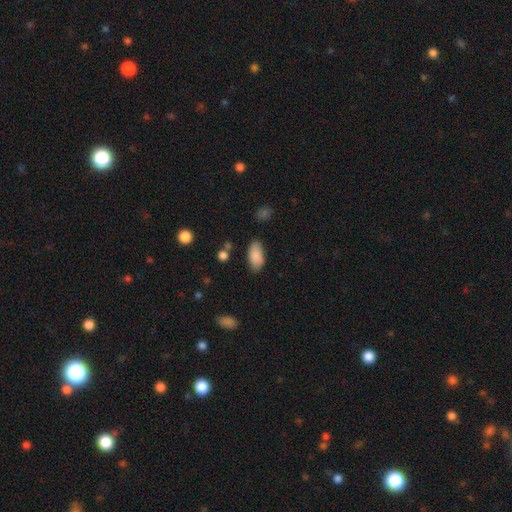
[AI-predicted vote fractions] This is clearly a smooth galaxy (87%). How rounded: clearly in between (93%). Merging: likely none (78%).